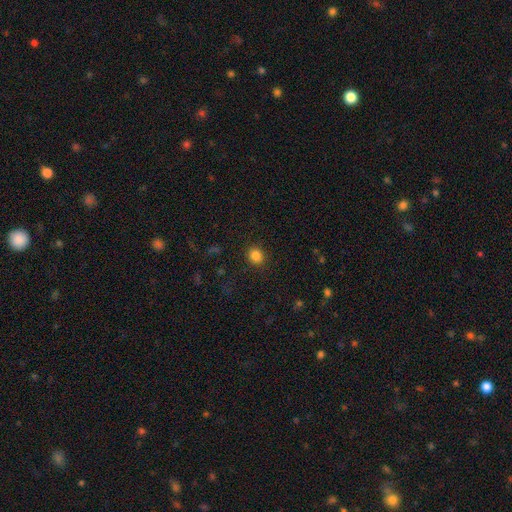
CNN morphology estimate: smooth-or-featured: smooth: 84% | star or artifact: 12% | featured or disk: 4%
  how-rounded: round: 82% | in between: 17% | cigar-shaped: 1%
  merging: none: 90% | minor disturbance: 6% | major disturbance: 2% | merger: 1%